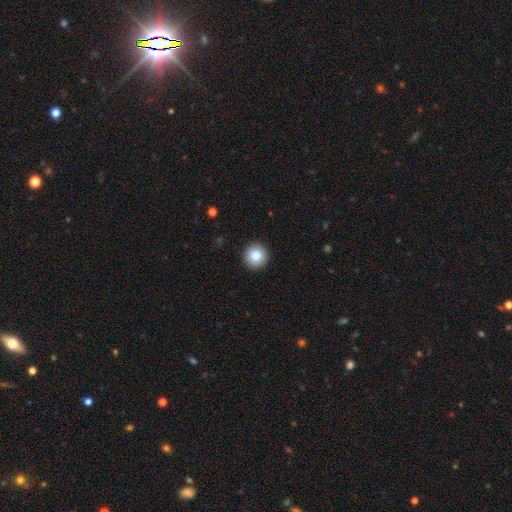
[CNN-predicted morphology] Smooth or featured? smooth (85%)
How rounded? round (95%)
Merging? none (93%)